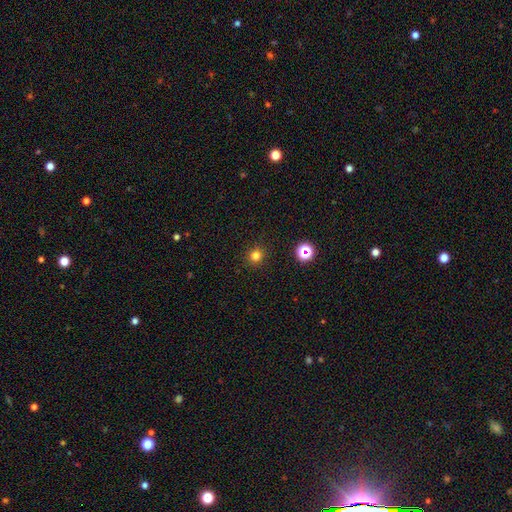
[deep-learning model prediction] Smooth or featured? smooth (77%)
How rounded? round (92%)
Merging? none (91%)